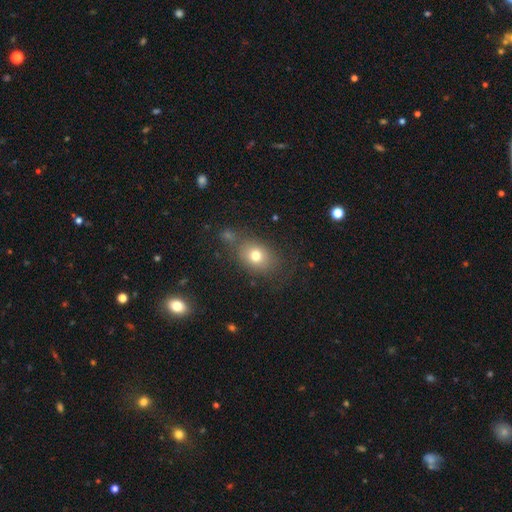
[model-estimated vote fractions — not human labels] Smooth or featured? smooth (73%)
How rounded? in between (58%)
Merging? none (66%)